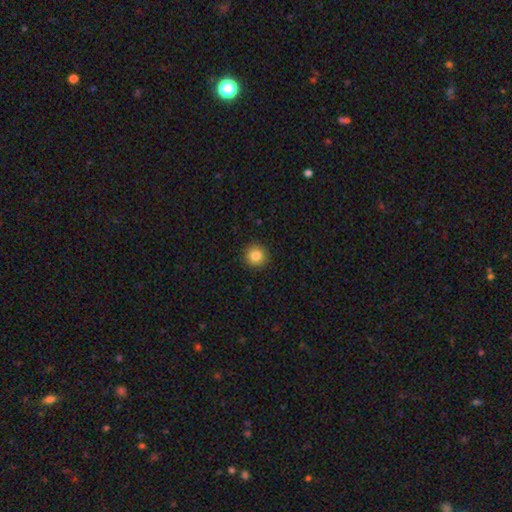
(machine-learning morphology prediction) Smooth or featured: smooth — 83% (star or artifact — 11%)
How rounded: round — 94% (in between — 5%)
Merging: none — 93% (minor disturbance — 5%)